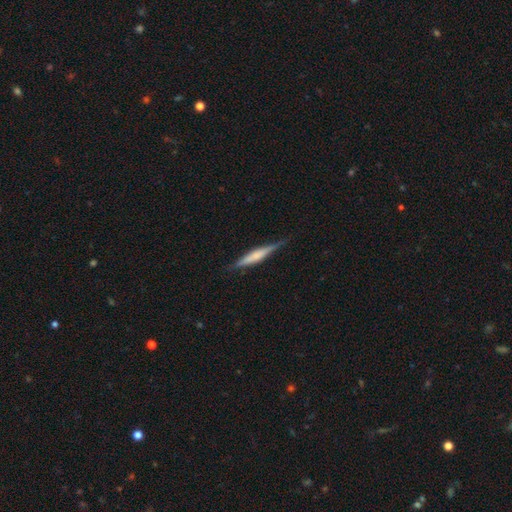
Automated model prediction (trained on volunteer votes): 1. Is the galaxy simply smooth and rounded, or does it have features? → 55% featured or disk, 39% smooth, 6% star or artifact.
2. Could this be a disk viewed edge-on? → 97% yes, 3% no.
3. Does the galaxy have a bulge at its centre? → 42% rounded, 30% none, 27% boxy.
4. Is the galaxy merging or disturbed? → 85% none, 12% minor disturbance, 2% major disturbance, 1% merger.